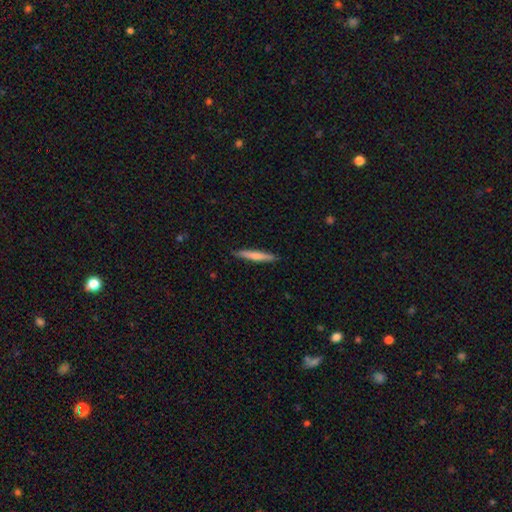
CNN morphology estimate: The model was most divided on "smooth or featured": smooth: 64%, featured or disk: 31%, star or artifact: 5%. More confident: how rounded — cigar-shaped (94%); merging — none (89%).